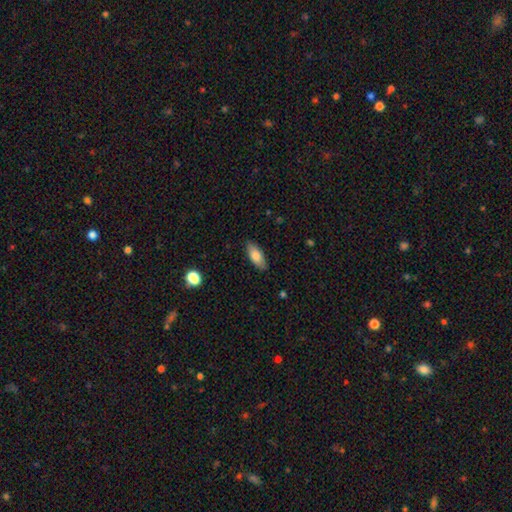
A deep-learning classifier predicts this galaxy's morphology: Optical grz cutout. It shows a smooth galaxy with no disk features (78%) that is in between round and cigar-shaped (84%). Merging: none (86%).